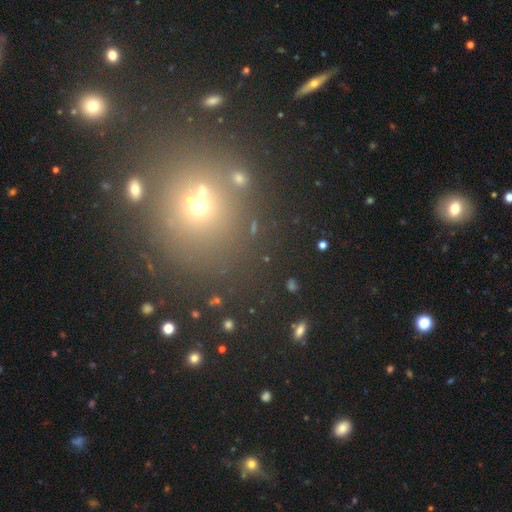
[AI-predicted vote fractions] This is marginally a star or artifact rather than a galaxy (44%).